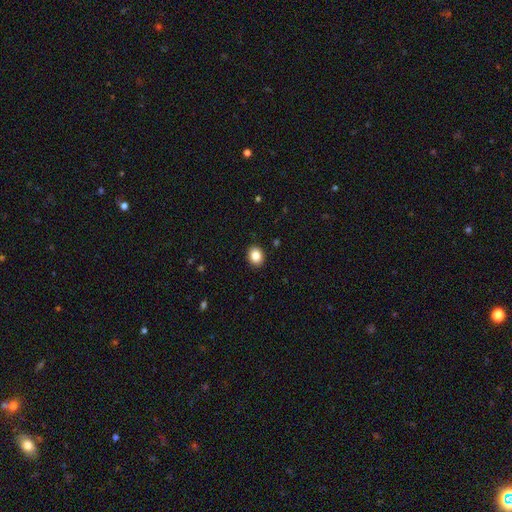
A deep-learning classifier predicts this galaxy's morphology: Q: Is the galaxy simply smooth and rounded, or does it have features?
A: smooth — 86%.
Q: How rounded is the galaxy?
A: round — 54%.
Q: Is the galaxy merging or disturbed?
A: none — 91%.